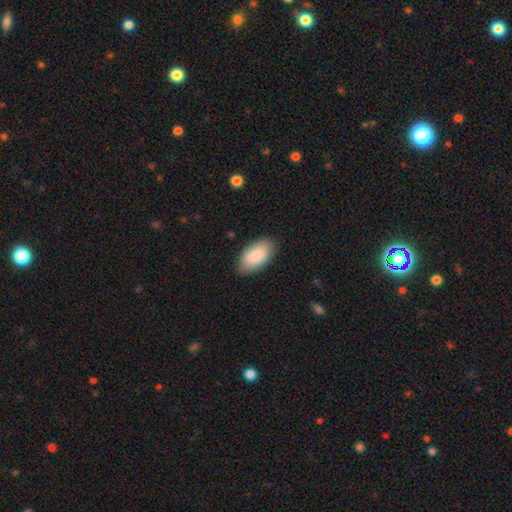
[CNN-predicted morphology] Smooth or featured? smooth (88%)
How rounded? in between (95%)
Merging? none (85%)